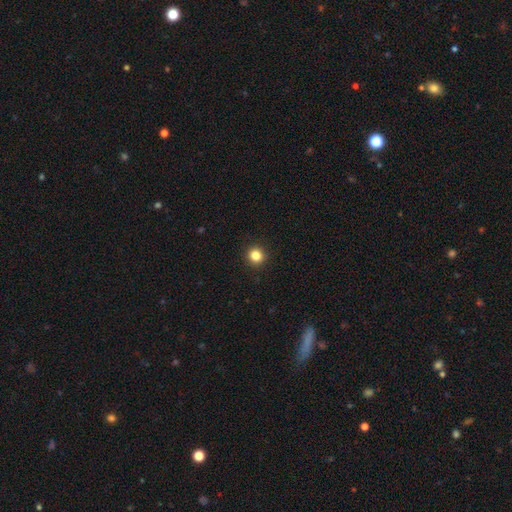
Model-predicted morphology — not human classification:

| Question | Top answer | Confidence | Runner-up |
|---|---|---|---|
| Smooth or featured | smooth | 84% | star or artifact (12%) |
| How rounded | round | 94% | in between (6%) |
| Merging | none | 93% | minor disturbance (4%) |